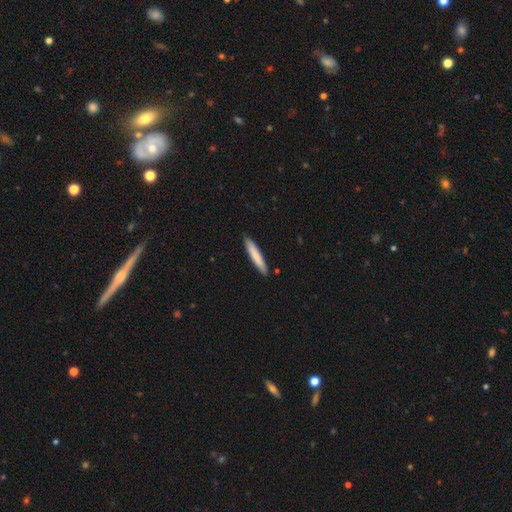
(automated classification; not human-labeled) This is likely a smooth galaxy (78%). How rounded: clearly cigar-shaped (92%). Merging: clearly none (89%).